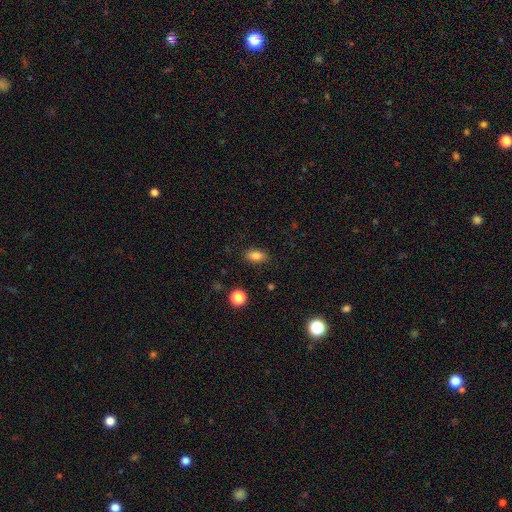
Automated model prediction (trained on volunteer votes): Smooth or featured?
  - smooth: 84% *
  - star or artifact: 10%
  - featured or disk: 6%
How rounded?
  - in between: 87% *
  - round: 9%
  - cigar-shaped: 4%
Merging?
  - none: 87% *
  - minor disturbance: 9%
  - major disturbance: 3%
  - merger: 1%